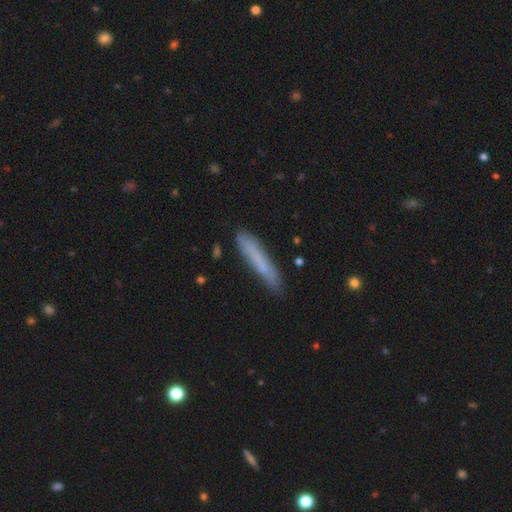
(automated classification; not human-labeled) Overall: smooth (70%). How rounded: cigar-shaped (93%). Merging: none (82%).